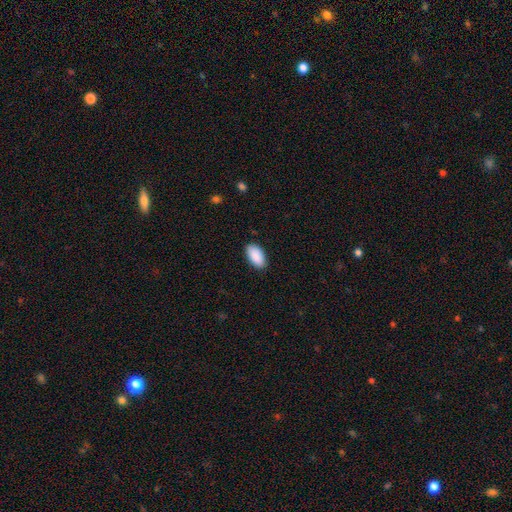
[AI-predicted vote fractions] The model was most divided on "merging": none: 88%, minor disturbance: 9%, major disturbance: 2%, merger: 1%. More confident: how rounded — in between (96%); smooth or featured — smooth (91%).